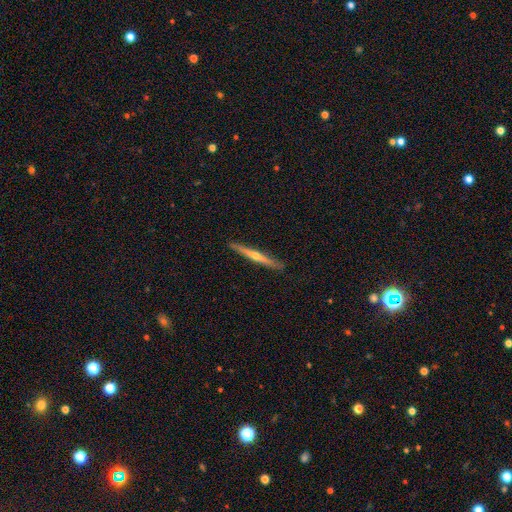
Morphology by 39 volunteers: type=featured or disk (67%); edge-on=yes (96%); edge-on bulge=rounded (88%); merging=none (94%).